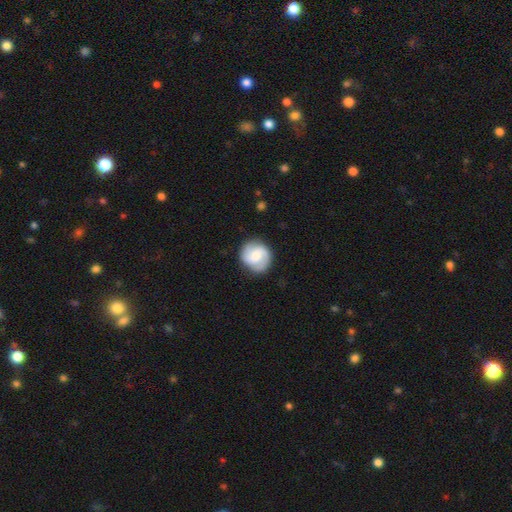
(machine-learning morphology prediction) The model was most divided on "bulge size": moderate: 46%, small: 40%, large: 7%, none: 5%, dominant: 2%. Remaining: edge-on disk — no (98%); spiral arms — yes (91%); merging — none (83%); spiral arm count — 2 (80%); smooth or featured — featured or disk (59%); bar — no (48%); spiral winding — medium (46%).